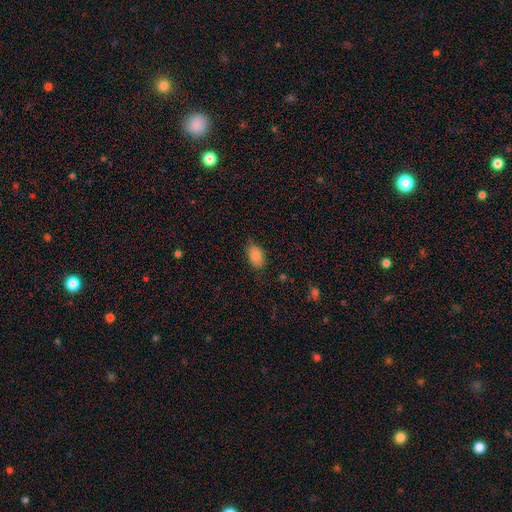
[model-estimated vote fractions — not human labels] This appears to be a smooth galaxy with no disk features (86%) that is in between round and cigar-shaped (89%). Merging: none (78%).